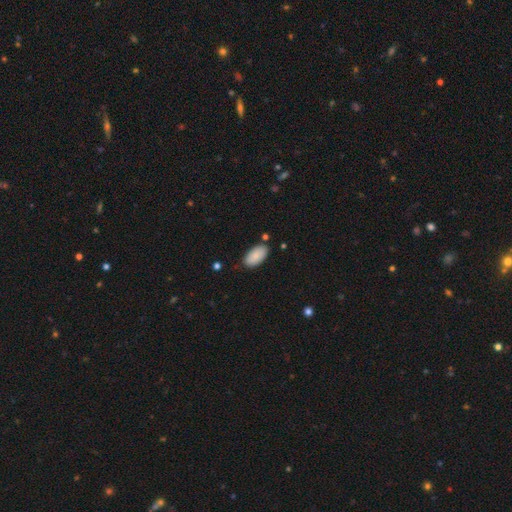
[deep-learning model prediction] Smooth or featured: smooth — 88% (star or artifact — 6%)
How rounded: in between — 95% (cigar-shaped — 3%)
Merging: none — 80% (minor disturbance — 14%)